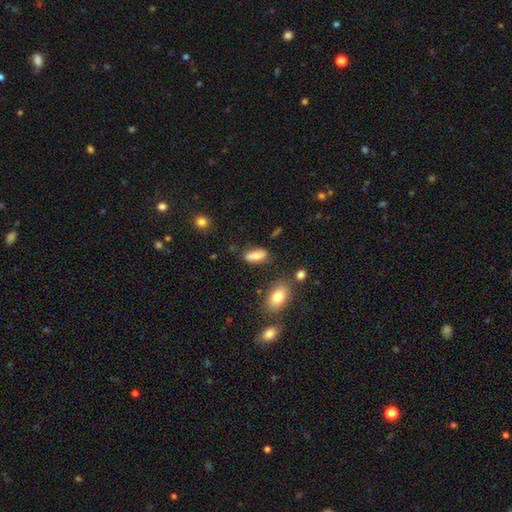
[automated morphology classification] Smooth or featured? Predicted: smooth (p=0.74). How rounded? Predicted: in between (p=0.71). Merging? Predicted: none (p=0.67).